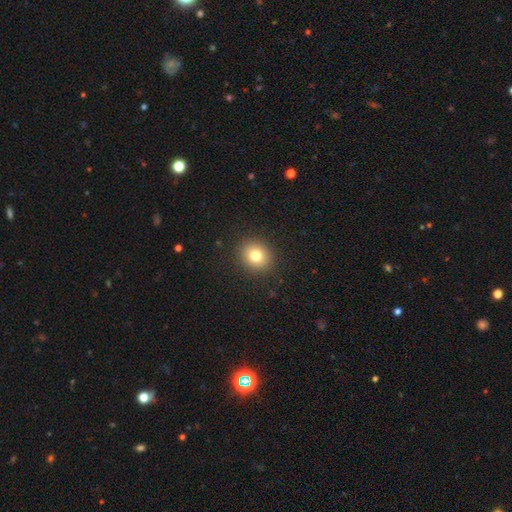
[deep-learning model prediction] smooth-or-featured: smooth: 80% | star or artifact: 11% | featured or disk: 9%
  how-rounded: round: 75% | in between: 24% | cigar-shaped: 1%
  merging: none: 90% | minor disturbance: 6% | major disturbance: 2% | merger: 1%